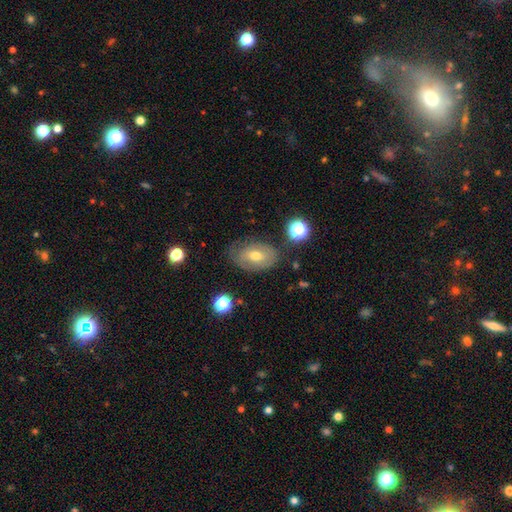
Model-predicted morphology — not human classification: smooth-or-featured: smooth: 49% | featured or disk: 41% | star or artifact: 10%
  merging: none: 67% | minor disturbance: 22% | major disturbance: 9% | merger: 3%